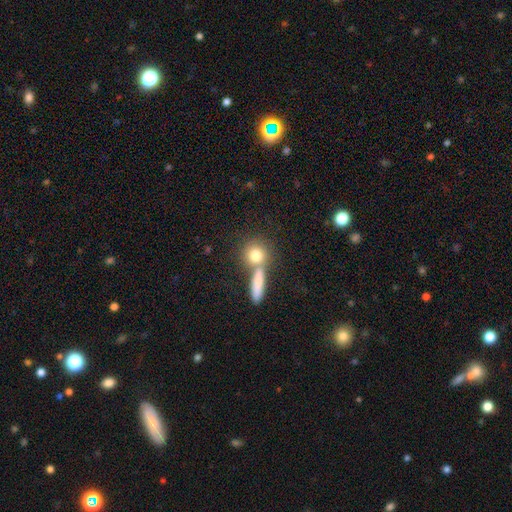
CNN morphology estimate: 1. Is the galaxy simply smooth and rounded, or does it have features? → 79% smooth, 12% featured or disk, 9% star or artifact.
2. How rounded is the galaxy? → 78% round, 16% in between, 6% cigar-shaped.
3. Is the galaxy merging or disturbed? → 55% none, 33% merger, 9% minor disturbance, 4% major disturbance.